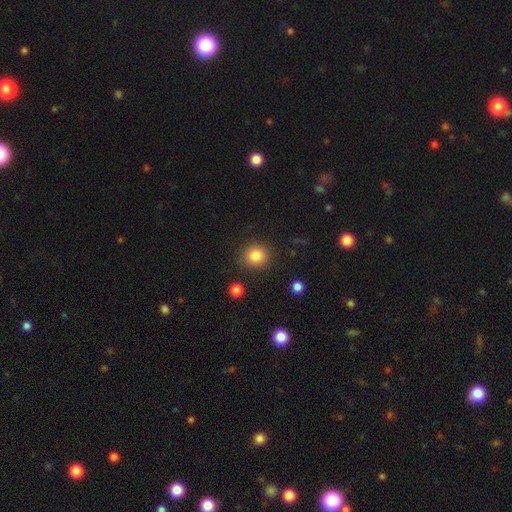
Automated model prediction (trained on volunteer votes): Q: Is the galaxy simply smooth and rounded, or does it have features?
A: smooth — 84%.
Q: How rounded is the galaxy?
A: round — 88%.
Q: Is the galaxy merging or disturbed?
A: none — 87%.